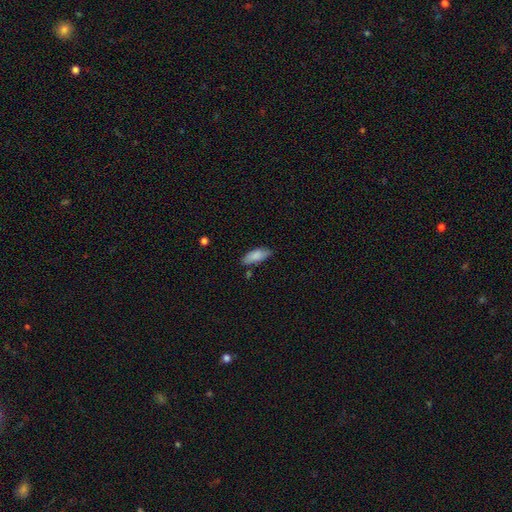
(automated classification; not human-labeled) Morphology: type=smooth (85%); roundness=in between (75%); merging=none (75%).